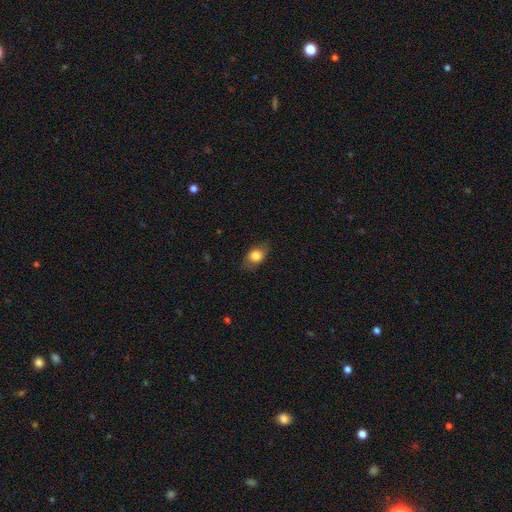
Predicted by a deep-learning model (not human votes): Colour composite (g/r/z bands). It shows a smooth galaxy with no disk features (76%) that is in between round and cigar-shaped (71%). Merging: none (77%).